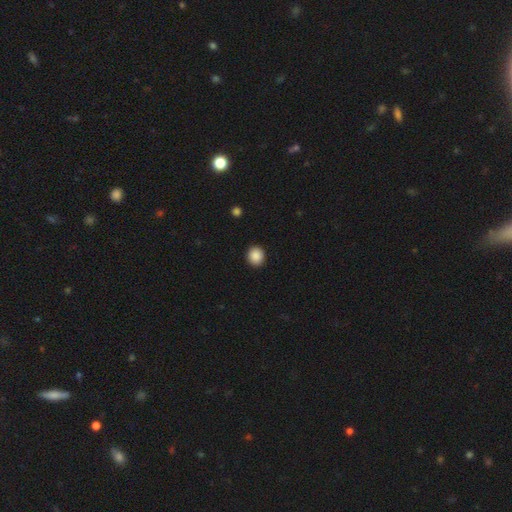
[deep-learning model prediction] This is clearly a smooth galaxy (89%). How rounded: clearly round (85%). Merging: clearly none (92%).